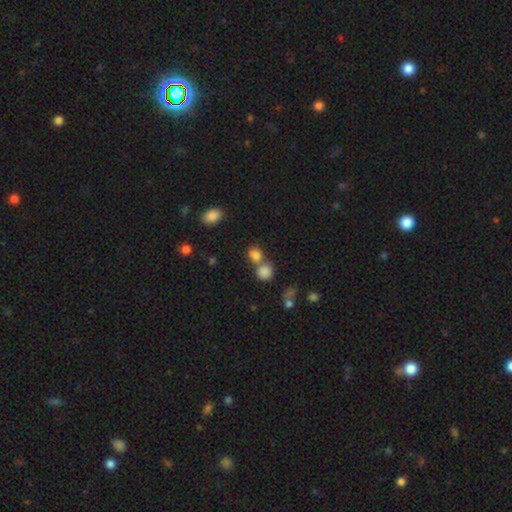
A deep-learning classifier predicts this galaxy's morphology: Q: Smooth or featured?
A: smooth (81%); runner-up: star or artifact (12%)
Q: How rounded?
A: round (69%); runner-up: in between (30%)
Q: Merging?
A: merger (48%); runner-up: none (41%)